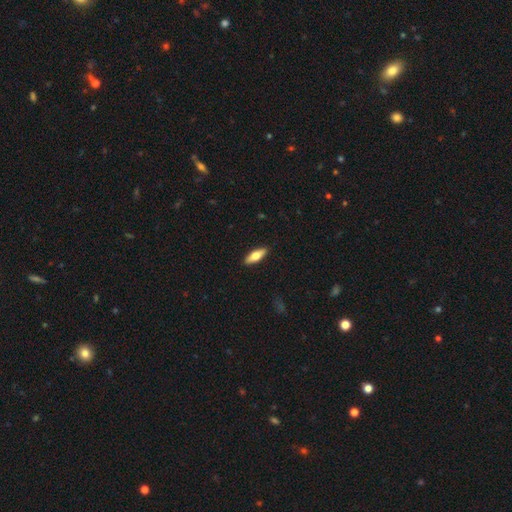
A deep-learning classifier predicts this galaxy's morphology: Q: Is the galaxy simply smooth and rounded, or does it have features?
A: smooth — 60%.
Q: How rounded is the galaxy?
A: in between — 55%.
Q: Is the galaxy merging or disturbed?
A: none — 90%.